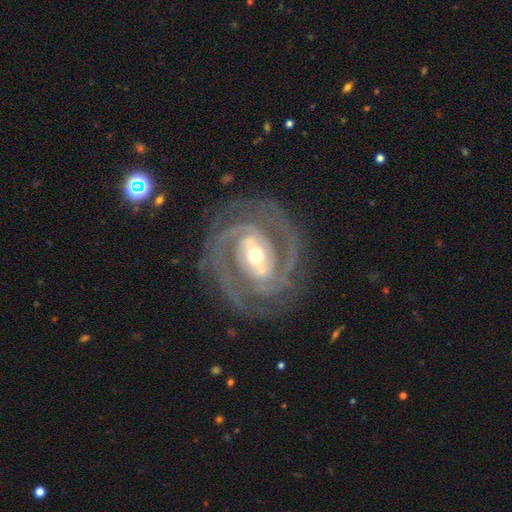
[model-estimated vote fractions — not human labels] Overall: featured or disk (92%). Edge-on disk: no (97%). Bar: strong (49%; weak 34%). Spiral arms: yes (98%). Spiral arm count: 2 (58%; 3 22%). Spiral winding: tight (65%; medium 31%). Bulge size: moderate (58%; small 33%). Merging: none (80%).